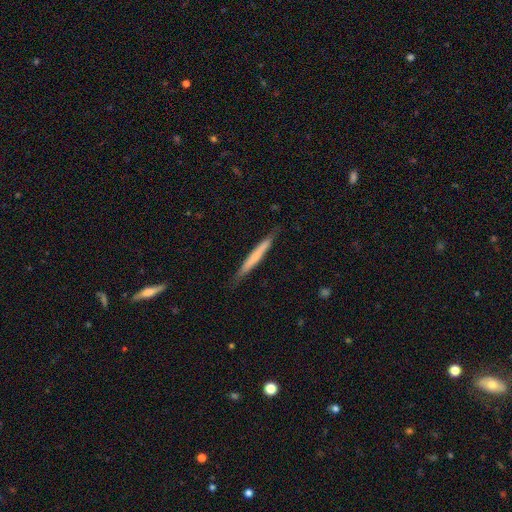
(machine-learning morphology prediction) smooth 58%, featured or disk 37%, star or artifact 5%. Down the decision tree: how rounded — cigar-shaped (96%); merging — none (84%).